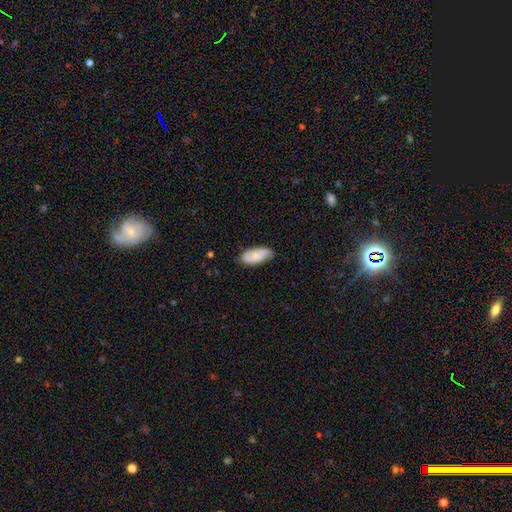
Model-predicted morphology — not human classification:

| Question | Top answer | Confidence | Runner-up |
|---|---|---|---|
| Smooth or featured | smooth | 73% | featured or disk (21%) |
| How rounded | in between | 87% | cigar-shaped (11%) |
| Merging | none | 73% | minor disturbance (22%) |